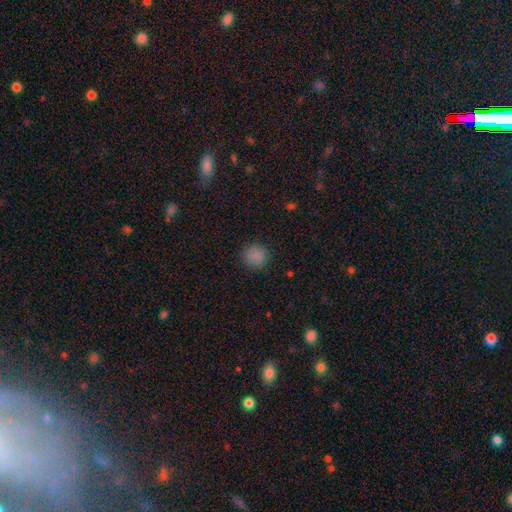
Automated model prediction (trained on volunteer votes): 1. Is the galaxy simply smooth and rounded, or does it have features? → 86% smooth, 10% star or artifact, 3% featured or disk.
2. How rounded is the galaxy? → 92% round, 7% in between, 1% cigar-shaped.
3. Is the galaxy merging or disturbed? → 89% none, 7% minor disturbance, 2% major disturbance, 1% merger.